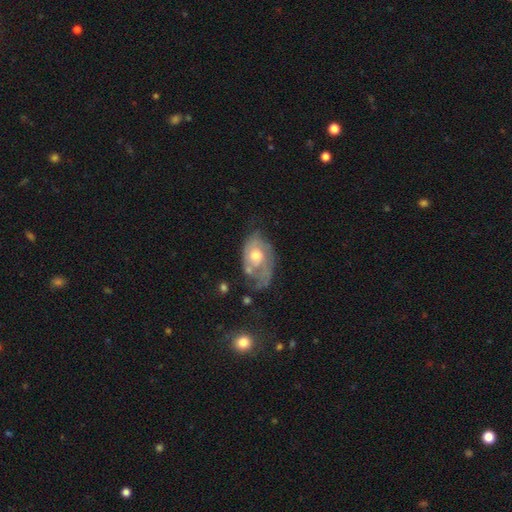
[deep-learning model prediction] Smooth or featured? featured or disk (69%)
Edge-on disk? no (95%)
Bar? no (80%)
Spiral arms? yes (74%)
Bulge size? moderate (72%)
Merging? none (37%)